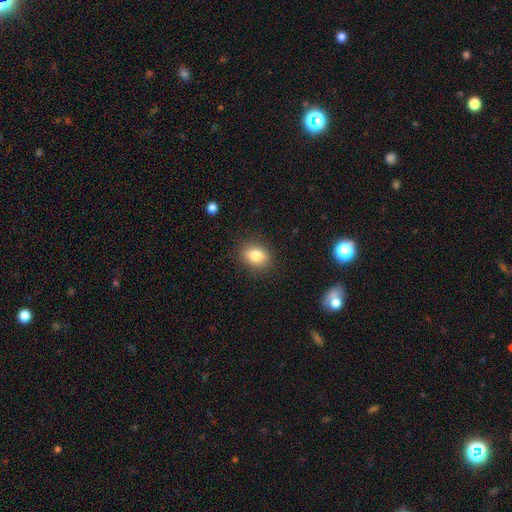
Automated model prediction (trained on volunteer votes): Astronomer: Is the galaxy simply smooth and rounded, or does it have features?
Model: smooth — 83%.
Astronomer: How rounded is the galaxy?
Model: in between — 62% (runner-up: round, 37%).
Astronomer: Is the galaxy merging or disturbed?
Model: none — 87%.